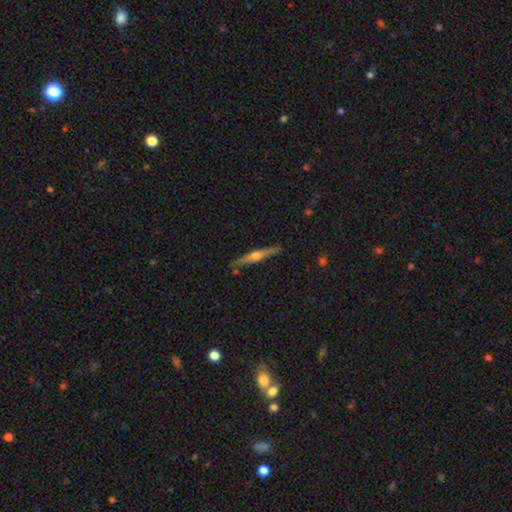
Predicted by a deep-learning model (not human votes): smooth-or-featured: featured or disk: 73% | smooth: 21% | star or artifact: 6%
  disk-edge-on: yes: 98% | no: 2%
    edge-on-bulge: rounded: 91% | none: 5% | boxy: 4%
  merging: none: 89% | minor disturbance: 8% | merger: 2% | major disturbance: 2%